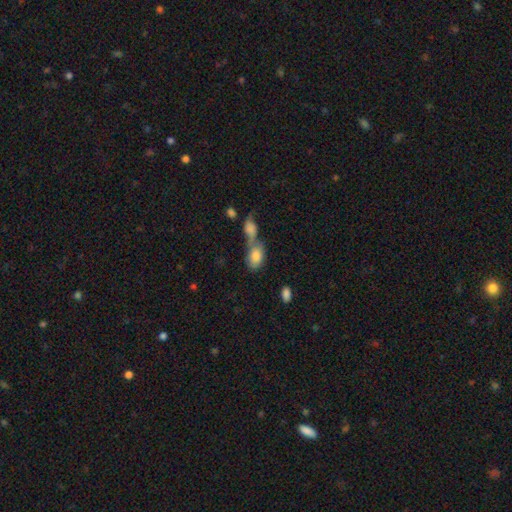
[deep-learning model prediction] Smooth or featured? smooth (81%)
How rounded? in between (87%)
Merging? merger (61%)